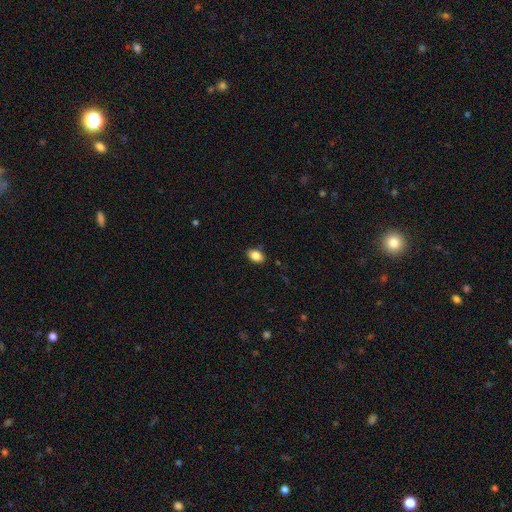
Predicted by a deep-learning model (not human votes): Q: Smooth or featured?
A: smooth (85%); runner-up: star or artifact (9%)
Q: How rounded?
A: in between (87%); runner-up: round (12%)
Q: Merging?
A: none (86%); runner-up: minor disturbance (11%)